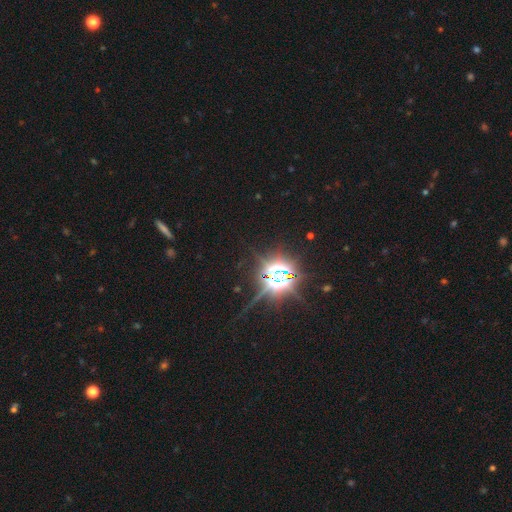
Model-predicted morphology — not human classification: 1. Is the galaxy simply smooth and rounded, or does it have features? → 85% star or artifact, 10% smooth, 5% featured or disk.